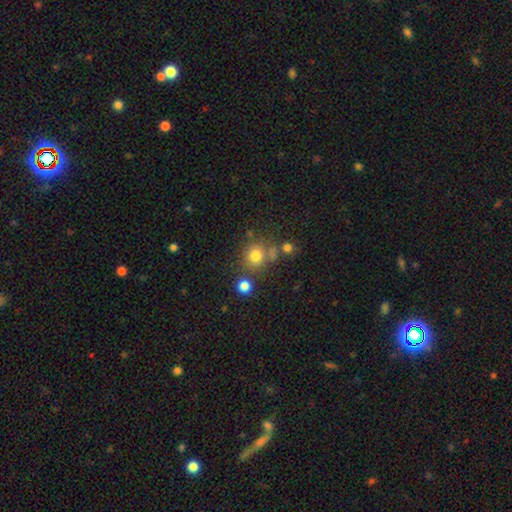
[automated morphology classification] This is likely a smooth galaxy (76%). How rounded: clearly round (88%). Merging: likely none (69%).